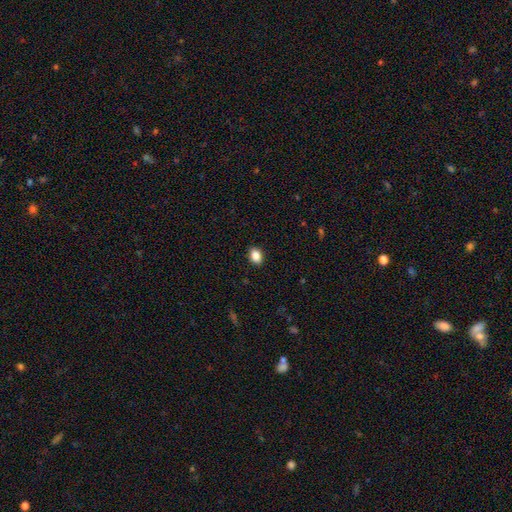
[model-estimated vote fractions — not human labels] The model was most divided on "how rounded": in between: 77%, round: 22%, cigar-shaped: 1%. More confident: merging — none (89%); smooth or featured — smooth (87%).